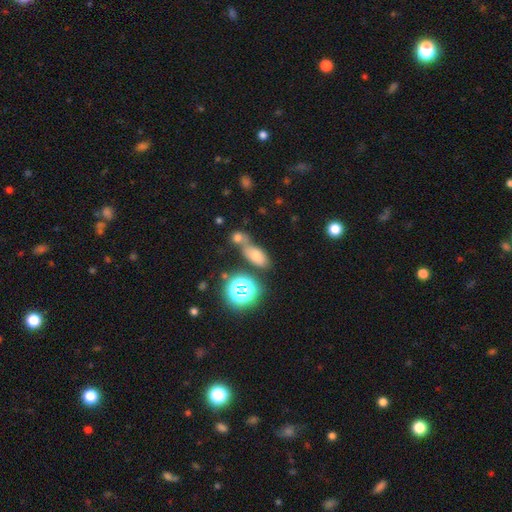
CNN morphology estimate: This is likely a smooth galaxy (62%). How rounded: clearly in between (81%). Merging: possibly none (50%).